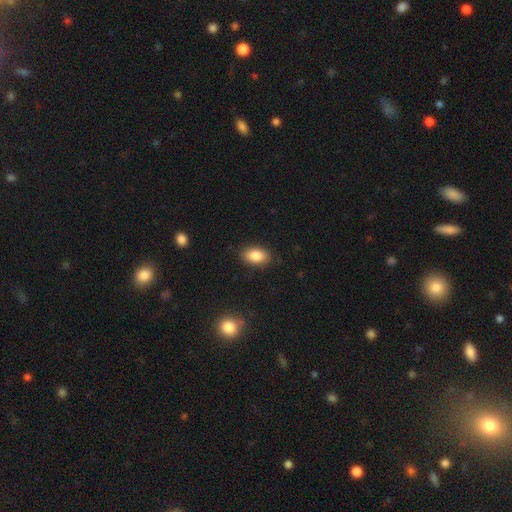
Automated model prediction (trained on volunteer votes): Smooth or featured: smooth — 86% (star or artifact — 8%)
How rounded: in between — 91% (round — 7%)
Merging: none — 86% (minor disturbance — 10%)